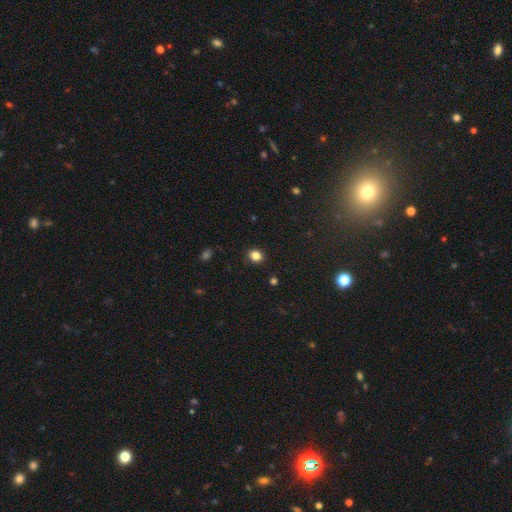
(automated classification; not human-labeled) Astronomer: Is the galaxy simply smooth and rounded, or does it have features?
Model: smooth — 84%.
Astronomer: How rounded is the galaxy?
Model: round — 66%.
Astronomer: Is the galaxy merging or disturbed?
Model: none — 90%.